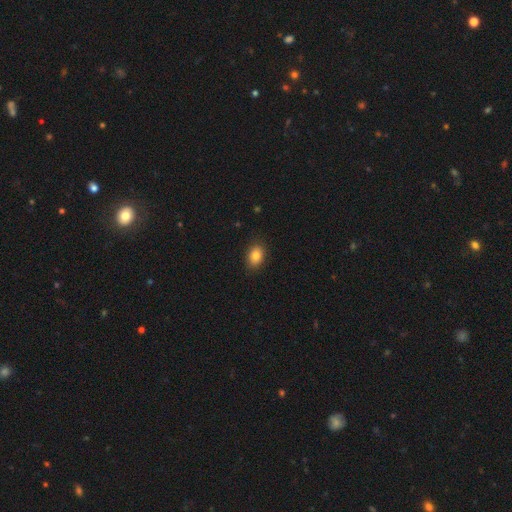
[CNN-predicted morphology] This is clearly a smooth galaxy (83%). How rounded: likely in between (78%). Merging: clearly none (87%).